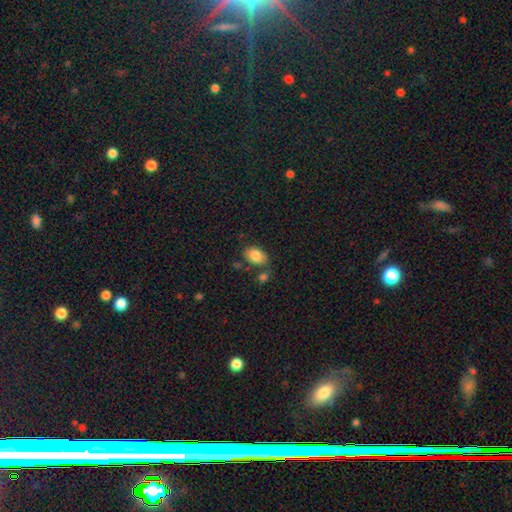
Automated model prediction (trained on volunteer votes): A smooth galaxy with no disk features (84%) that is in between round and cigar-shaped (85%). Merging: none (64%).